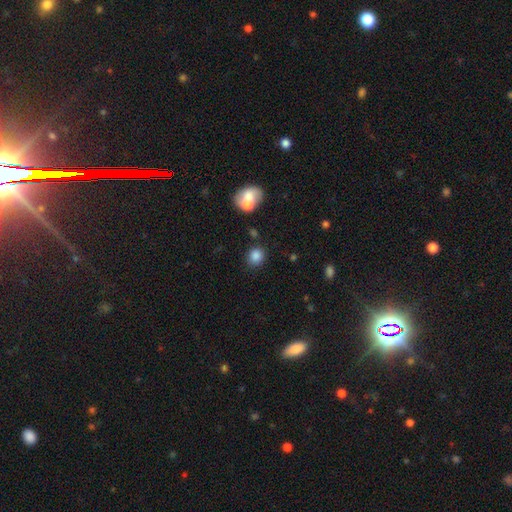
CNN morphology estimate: Smooth or featured: smooth — 84% (star or artifact — 11%)
How rounded: round — 78% (in between — 21%)
Merging: none — 80% (minor disturbance — 10%)